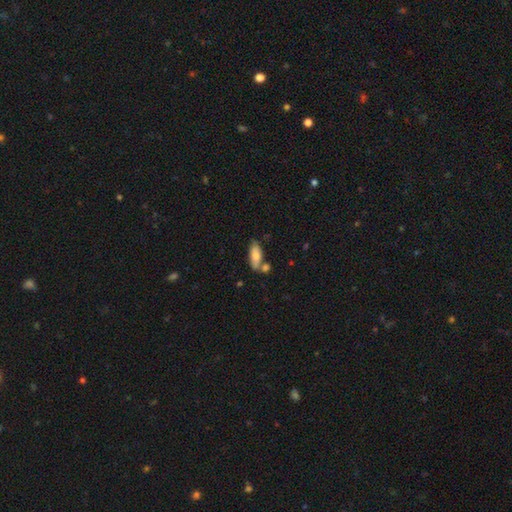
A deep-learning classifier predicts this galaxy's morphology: This is likely a smooth galaxy (75%). How rounded: likely in between (76%). Merging: possibly none (57%).